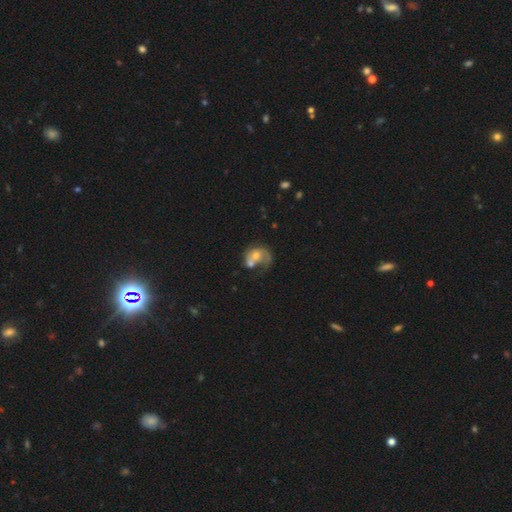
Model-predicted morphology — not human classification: smooth-or-featured: featured or disk: 55% | smooth: 37% | star or artifact: 8%
  disk-edge-on: no: 97% | yes: 3%
    bar: no: 78% | weak: 19% | strong: 3%
    has-spiral-arms: yes: 65% | no: 35%
    bulge-size: moderate: 57% | small: 28% | large: 8% | none: 5% | dominant: 2%
  merging: merger: 43% | major disturbance: 24% | none: 21% | minor disturbance: 13%